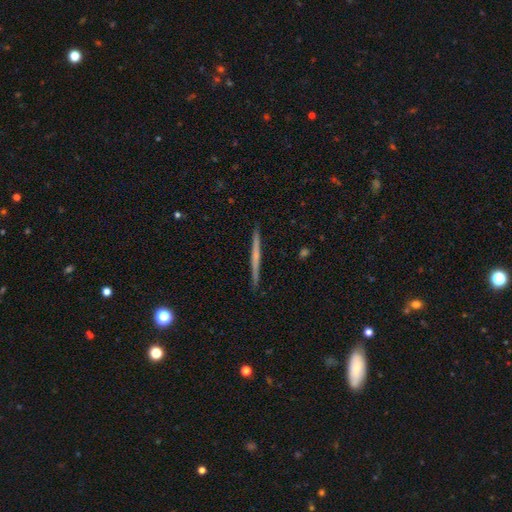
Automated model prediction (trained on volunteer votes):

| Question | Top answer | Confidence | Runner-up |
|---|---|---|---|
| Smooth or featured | featured or disk | 55% | smooth (39%) |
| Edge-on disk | yes | 98% | no (2%) |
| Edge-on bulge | none | 80% | rounded (15%) |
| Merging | none | 92% | minor disturbance (5%) |